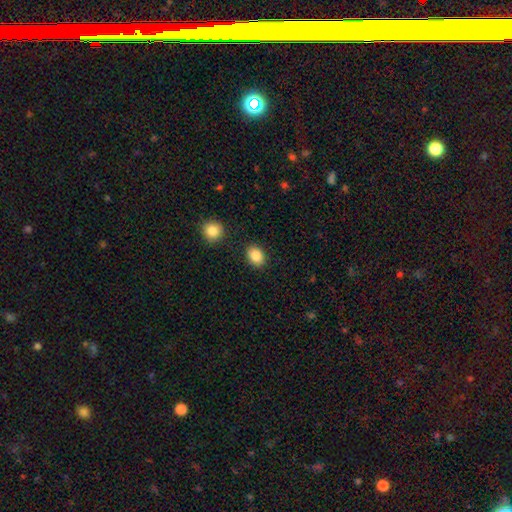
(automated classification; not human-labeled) A smooth galaxy with no disk features (88%) that is in between round and cigar-shaped (59%). Merging: none (86%).